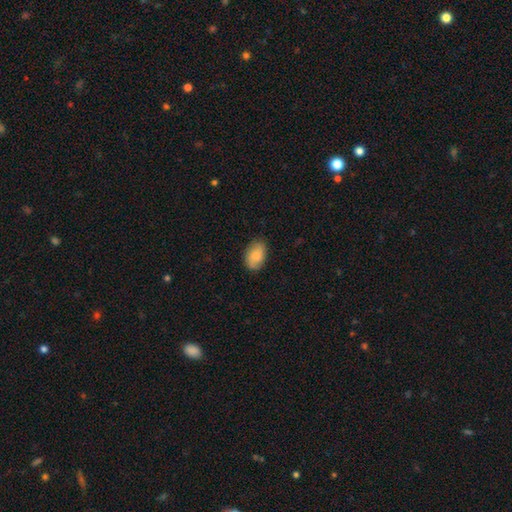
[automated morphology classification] Q: Smooth or featured?
A: smooth (81%); runner-up: featured or disk (13%)
Q: How rounded?
A: in between (89%); runner-up: round (9%)
Q: Merging?
A: none (81%); runner-up: minor disturbance (15%)